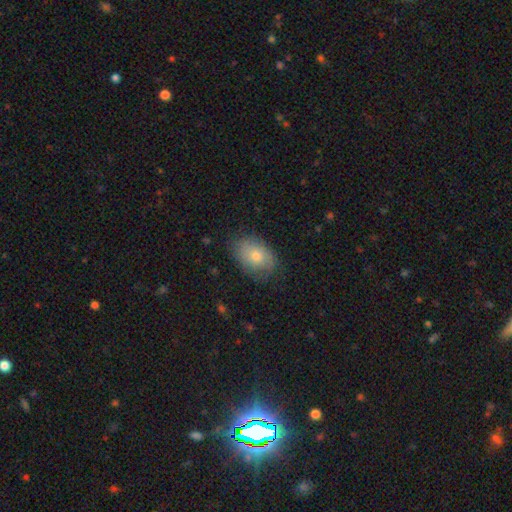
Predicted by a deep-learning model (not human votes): The model was most divided on "smooth or featured": smooth: 72%, featured or disk: 20%, star or artifact: 8%. More confident: how rounded — in between (84%); merging — none (76%).